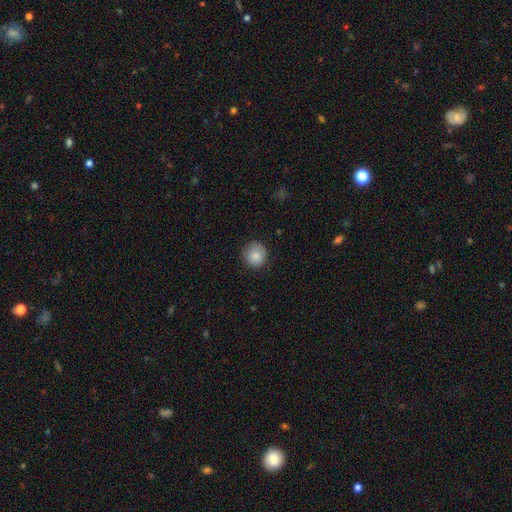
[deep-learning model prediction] Smooth or featured?
  - smooth: 85% *
  - star or artifact: 8%
  - featured or disk: 7%
How rounded?
  - round: 92% *
  - in between: 7%
  - cigar-shaped: 1%
Merging?
  - none: 84% *
  - minor disturbance: 13%
  - major disturbance: 3%
  - merger: 1%